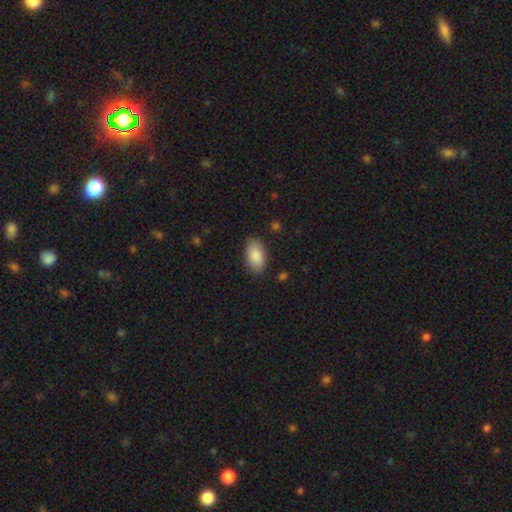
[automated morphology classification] This is clearly a smooth galaxy (88%). How rounded: clearly in between (94%). Merging: clearly none (84%).